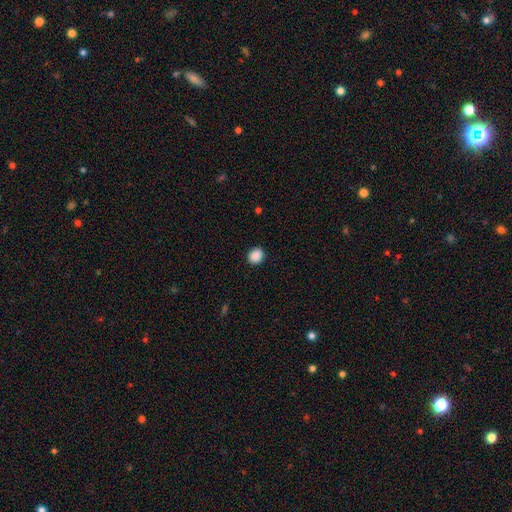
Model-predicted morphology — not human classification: Q: Smooth or featured?
A: smooth (89%); runner-up: star or artifact (9%)
Q: How rounded?
A: round (73%); runner-up: in between (26%)
Q: Merging?
A: none (90%); runner-up: minor disturbance (7%)